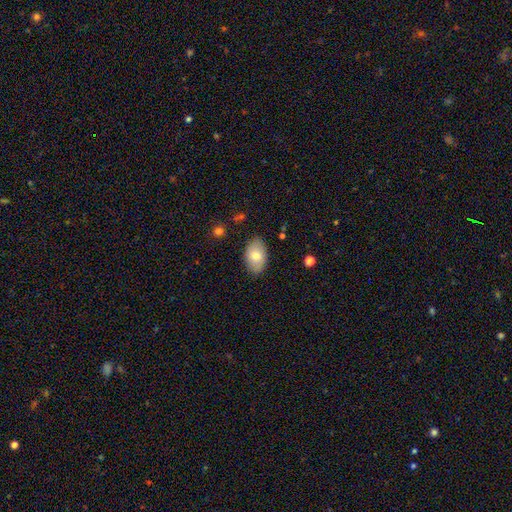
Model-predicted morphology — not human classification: This appears to be a smooth galaxy with no disk features (76%) that is in between round and cigar-shaped (92%). Merging: none (85%).